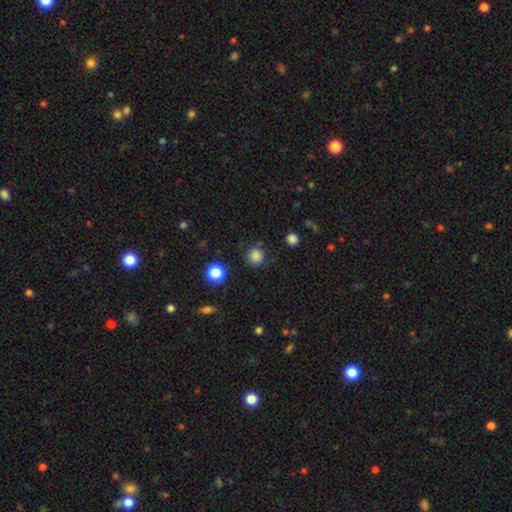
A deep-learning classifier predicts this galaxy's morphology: Q: Smooth or featured?
A: smooth (83%); runner-up: star or artifact (13%)
Q: How rounded?
A: round (93%); runner-up: in between (6%)
Q: Merging?
A: none (84%); runner-up: minor disturbance (10%)